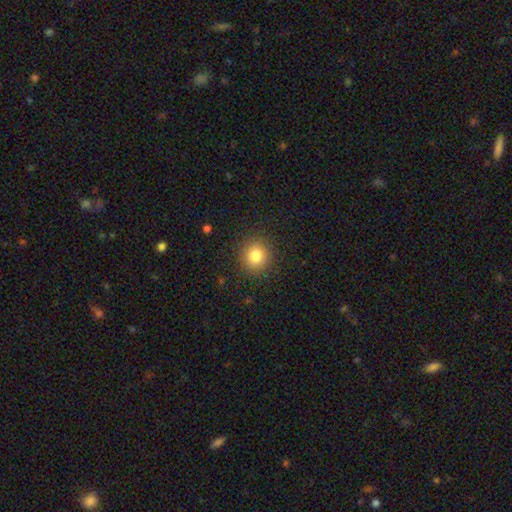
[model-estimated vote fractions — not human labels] smooth 82%, star or artifact 12%, featured or disk 7%. Down the decision tree: how rounded — round (91%); merging — none (90%).